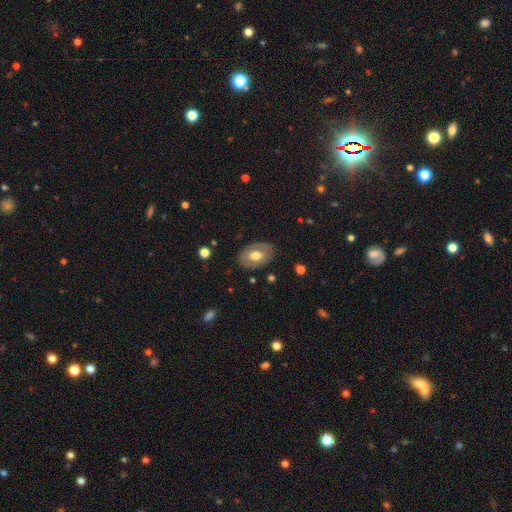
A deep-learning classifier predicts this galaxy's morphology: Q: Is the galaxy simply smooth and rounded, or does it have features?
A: smooth — 54%.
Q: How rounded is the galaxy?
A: in between — 79%.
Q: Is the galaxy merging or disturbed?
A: none — 81%.